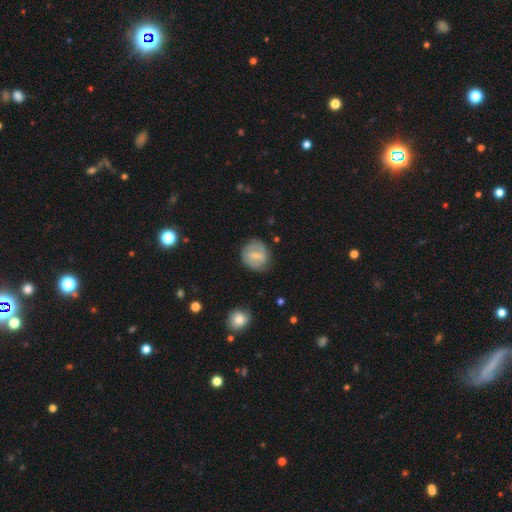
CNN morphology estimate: A smooth galaxy with no disk features (49%). Merging: none (75%).